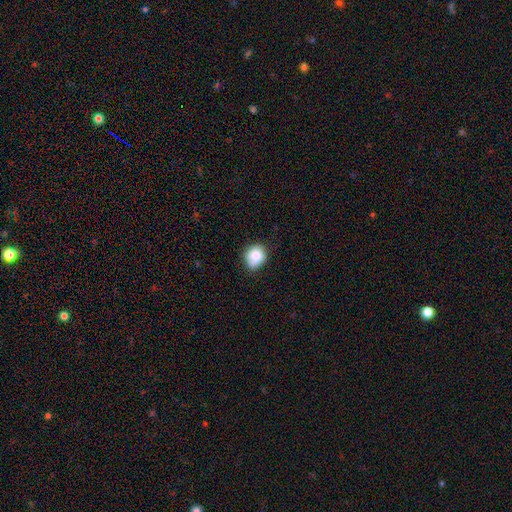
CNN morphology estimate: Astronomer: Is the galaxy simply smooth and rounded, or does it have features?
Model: smooth — 80%.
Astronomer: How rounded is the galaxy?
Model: round — 65%.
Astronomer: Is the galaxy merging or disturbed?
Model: none — 61%.